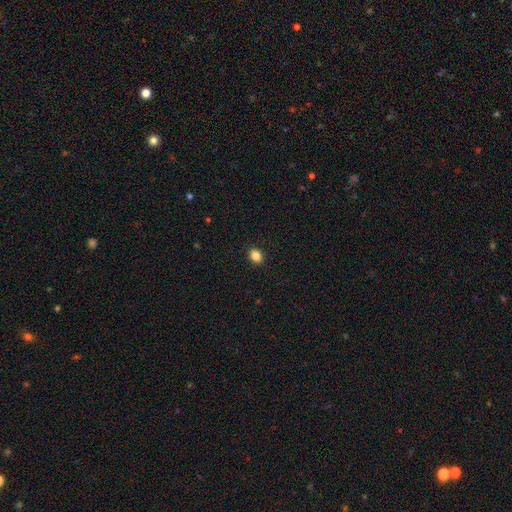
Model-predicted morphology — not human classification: Q: Smooth or featured?
A: smooth (85%); runner-up: star or artifact (10%)
Q: How rounded?
A: in between (59%); runner-up: round (40%)
Q: Merging?
A: none (91%); runner-up: minor disturbance (7%)